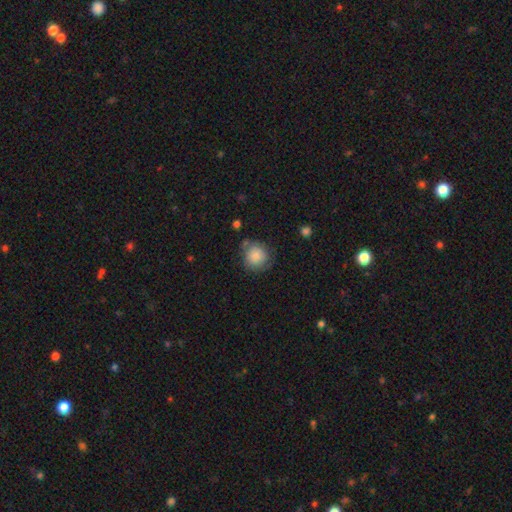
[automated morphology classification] smooth_or_featured: smooth (p=0.83) [alt: featured or disk p=0.09]
how_rounded: round (p=0.89) [alt: in between p=0.10]
merging: none (p=0.67) [alt: minor disturbance p=0.21]